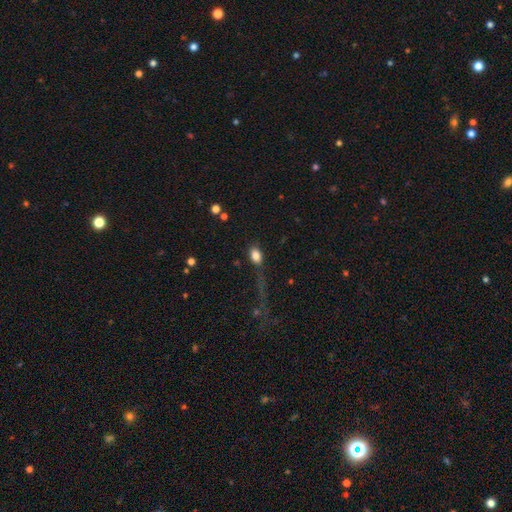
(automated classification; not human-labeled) Smooth or featured: smooth — 84% (star or artifact — 9%)
How rounded: in between — 84% (round — 13%)
Merging: none — 60% (minor disturbance — 17%)